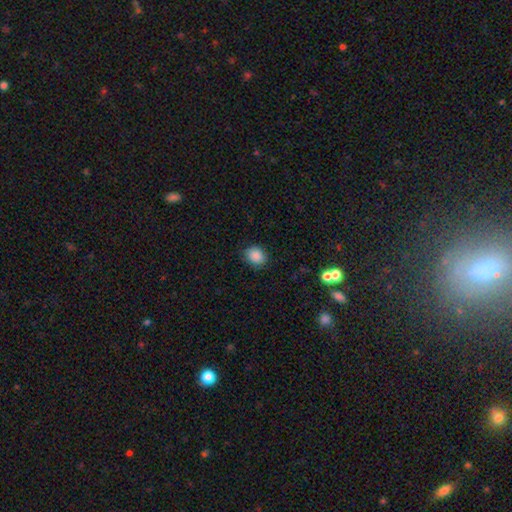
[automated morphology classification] smooth-or-featured: smooth: 87% | star or artifact: 9% | featured or disk: 4%
  how-rounded: round: 67% | in between: 32% | cigar-shaped: 1%
  merging: none: 84% | minor disturbance: 12% | major disturbance: 3% | merger: 1%